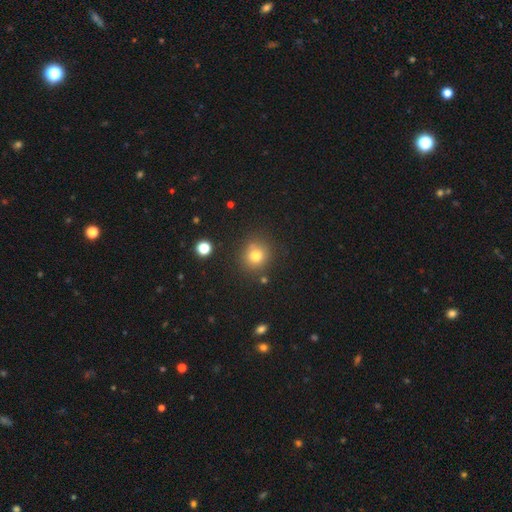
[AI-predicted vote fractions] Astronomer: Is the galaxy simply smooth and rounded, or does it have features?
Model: smooth — 77%.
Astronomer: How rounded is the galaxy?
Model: round — 88%.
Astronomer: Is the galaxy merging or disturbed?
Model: none — 79%.